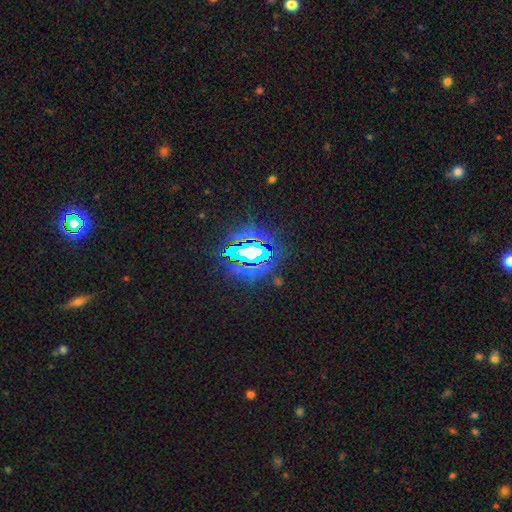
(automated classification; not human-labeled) A star or artifact, not a galaxy (71%).